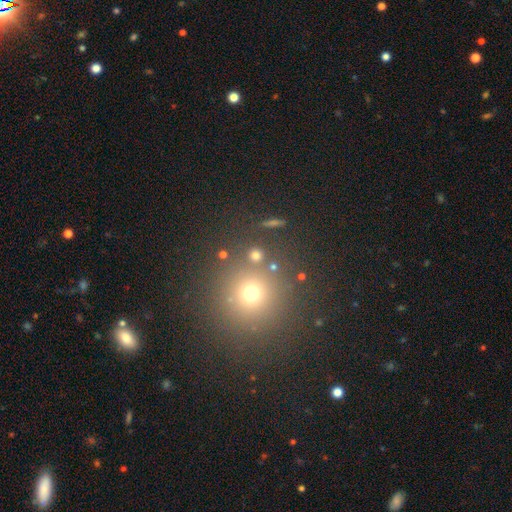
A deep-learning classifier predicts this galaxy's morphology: A smooth galaxy with no disk features (69%) that is round (90%). Merging: none (82%).